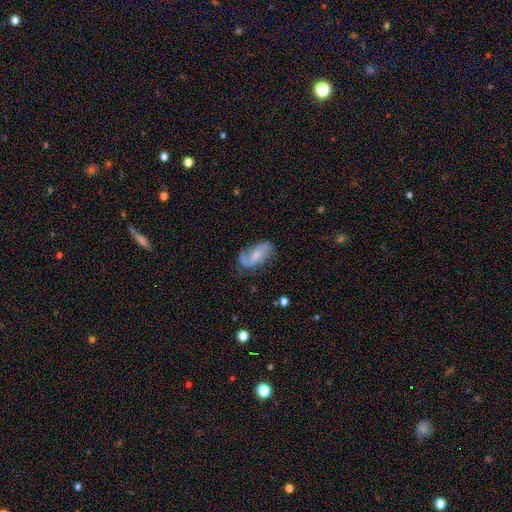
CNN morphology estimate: Q: Smooth or featured?
A: featured or disk (65%); runner-up: smooth (28%)
Q: Edge-on disk?
A: no (95%); runner-up: yes (5%)
Q: Bar?
A: no (49%); runner-up: weak (39%)
Q: Spiral arms?
A: yes (89%); runner-up: no (11%)
Q: Spiral winding?
A: loose (47%); runner-up: medium (37%)
Q: Spiral arm count?
A: 2 (74%); runner-up: 1 (13%)
Q: Bulge size?
A: small (38%); runner-up: moderate (37%)
Q: Merging?
A: none (58%); runner-up: minor disturbance (25%)